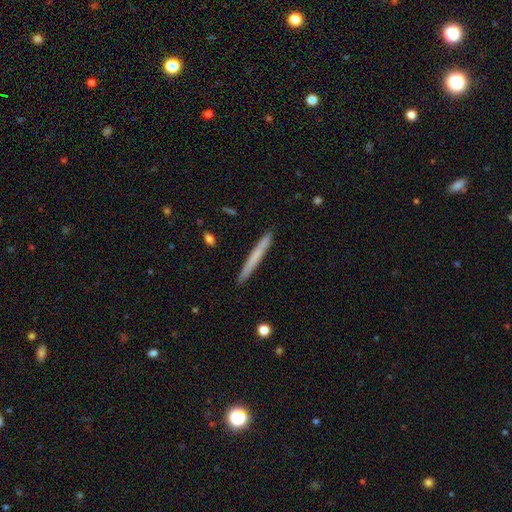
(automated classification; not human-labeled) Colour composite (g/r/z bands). It shows a smooth galaxy with no disk features (63%) that is cigar-shaped (97%). Merging: none (92%).